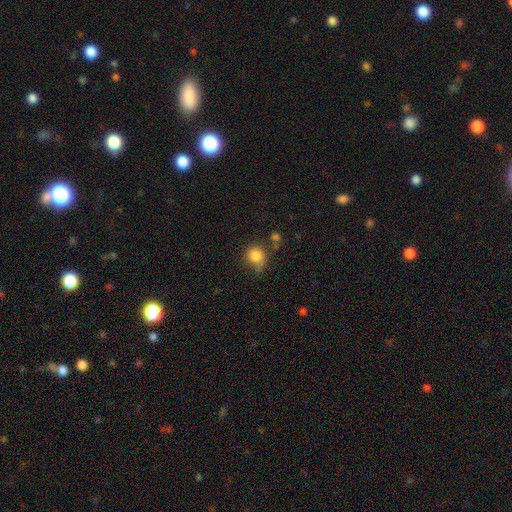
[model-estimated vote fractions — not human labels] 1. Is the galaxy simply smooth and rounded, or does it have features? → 84% smooth, 10% star or artifact, 6% featured or disk.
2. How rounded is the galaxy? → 85% round, 14% in between, 1% cigar-shaped.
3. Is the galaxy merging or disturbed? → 58% none, 24% minor disturbance, 9% merger, 8% major disturbance.